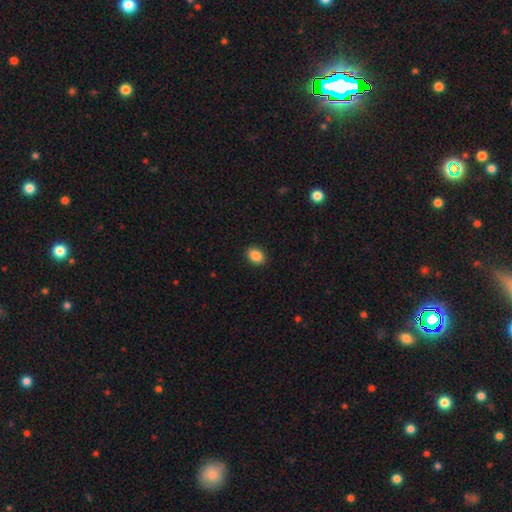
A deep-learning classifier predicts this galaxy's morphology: type=smooth (88%); roundness=in between (68%); merging=none (91%).